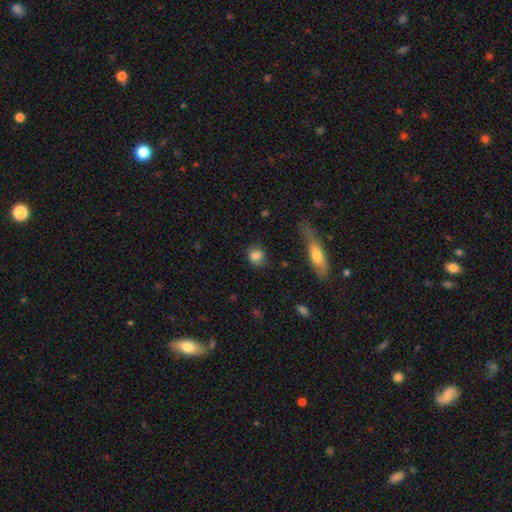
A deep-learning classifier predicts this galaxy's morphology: This is clearly a smooth galaxy (82%). How rounded: likely round (70%). Merging: likely none (71%).